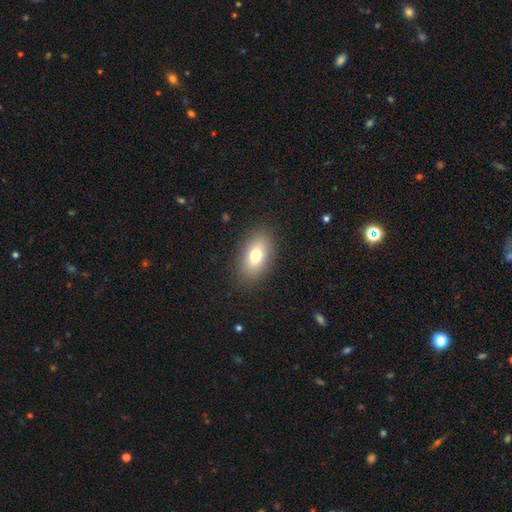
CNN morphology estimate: Q: Smooth or featured?
A: smooth (76%); runner-up: featured or disk (15%)
Q: How rounded?
A: in between (88%); runner-up: round (9%)
Q: Merging?
A: none (87%); runner-up: minor disturbance (9%)